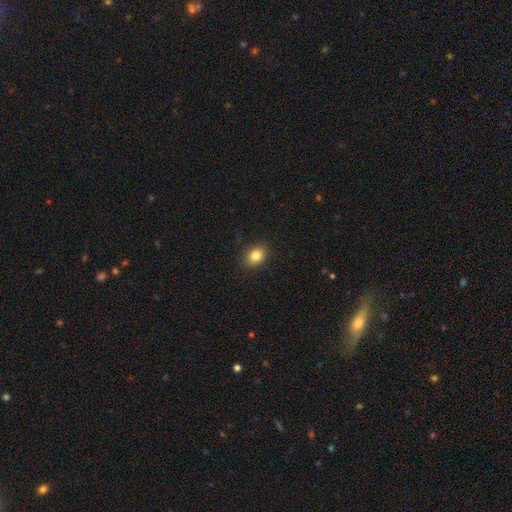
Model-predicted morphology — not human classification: Smooth or featured: smooth — 84% (star or artifact — 10%)
How rounded: in between — 57% (round — 42%)
Merging: none — 88% (minor disturbance — 8%)